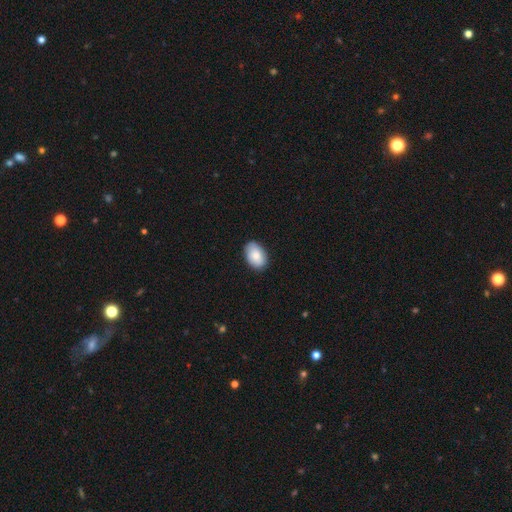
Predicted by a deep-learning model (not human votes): smooth_or_featured: smooth (p=0.82) [alt: featured or disk p=0.12]
how_rounded: in between (p=0.89) [alt: round p=0.10]
merging: none (p=0.85) [alt: minor disturbance p=0.12]